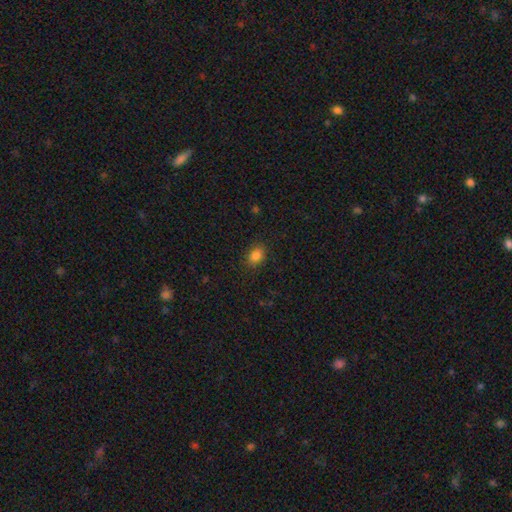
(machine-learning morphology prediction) A smooth galaxy with no disk features (83%) that is in between round and cigar-shaped (68%). Merging: none (86%).